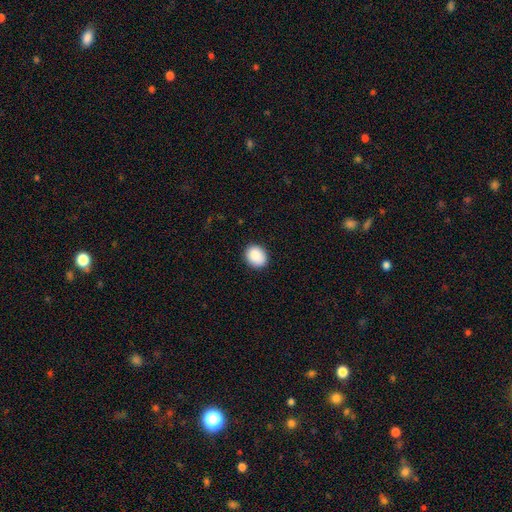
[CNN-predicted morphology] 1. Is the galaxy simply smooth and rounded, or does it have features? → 89% smooth, 8% star or artifact, 3% featured or disk.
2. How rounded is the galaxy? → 55% round, 44% in between, 1% cigar-shaped.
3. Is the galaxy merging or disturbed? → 87% none, 10% minor disturbance, 2% major disturbance, 1% merger.